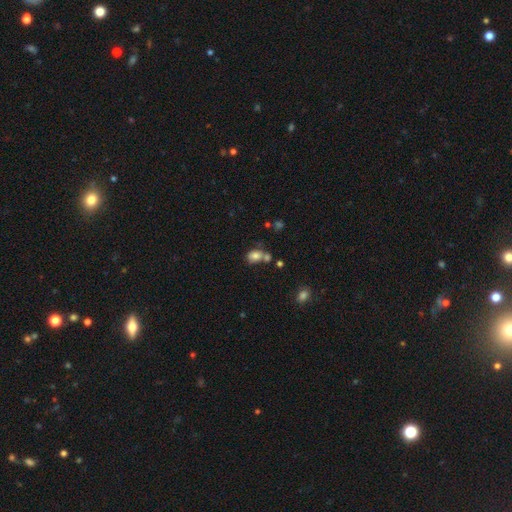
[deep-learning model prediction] Smooth or featured?
  - smooth: 76% *
  - featured or disk: 12%
  - star or artifact: 12%
How rounded?
  - in between: 67% *
  - round: 32%
  - cigar-shaped: 1%
Merging?
  - none: 44% *
  - merger: 31%
  - minor disturbance: 18%
  - major disturbance: 8%